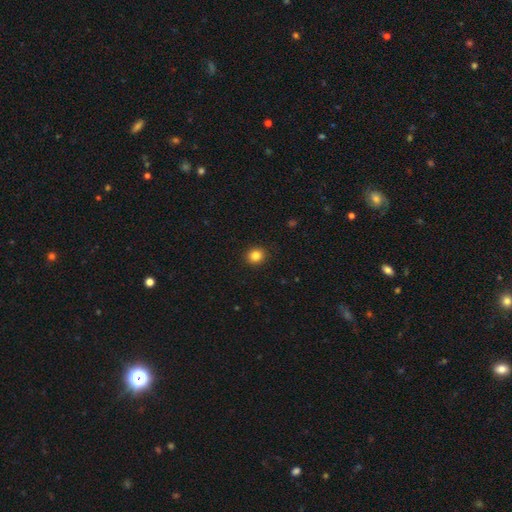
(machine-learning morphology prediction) The model was most divided on "how rounded": round: 80%, in between: 19%, cigar-shaped: 1%. More confident: merging — none (92%); smooth or featured — smooth (84%).